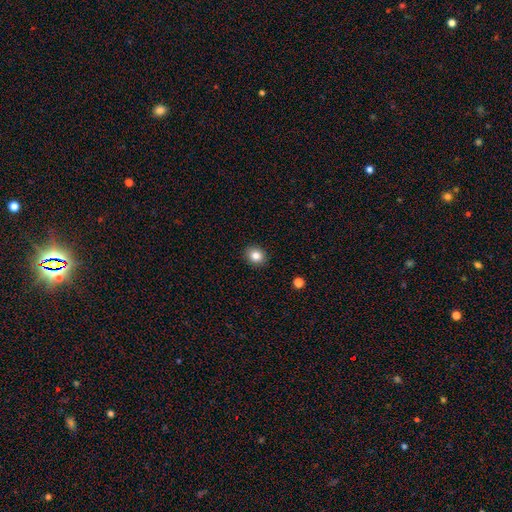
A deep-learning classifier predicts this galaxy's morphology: This appears to be a smooth galaxy with no disk features (83%) that is round (70%). Merging: none (91%).